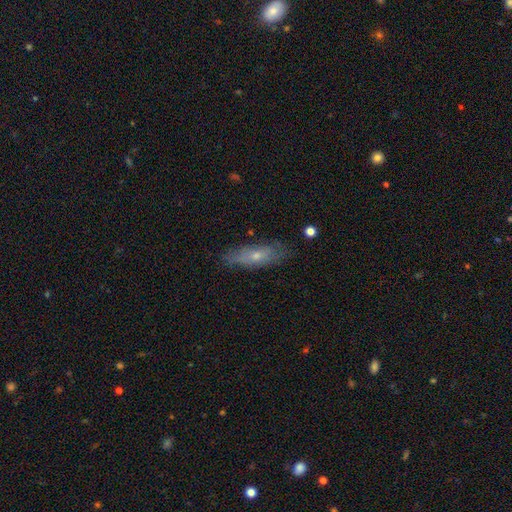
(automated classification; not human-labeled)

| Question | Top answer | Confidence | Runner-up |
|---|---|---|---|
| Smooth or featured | smooth | 54% | featured or disk (39%) |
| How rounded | cigar-shaped | 52% | in between (45%) |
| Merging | none | 77% | minor disturbance (17%) |